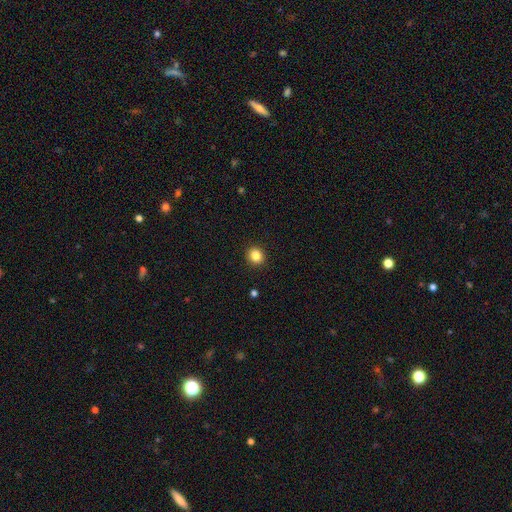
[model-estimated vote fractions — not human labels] A smooth galaxy with no disk features (84%) that is round (85%). Merging: none (93%).